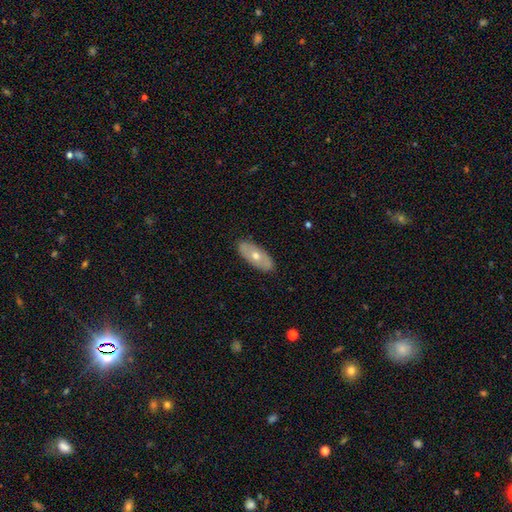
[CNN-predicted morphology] Smooth or featured: featured or disk — 47% (smooth — 46%)
Merging: none — 88% (minor disturbance — 9%)